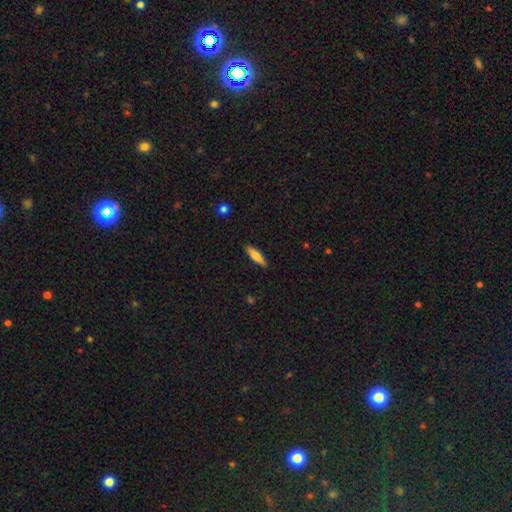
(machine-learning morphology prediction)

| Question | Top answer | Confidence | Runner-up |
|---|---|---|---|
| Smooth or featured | smooth | 67% | featured or disk (27%) |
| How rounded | cigar-shaped | 73% | in between (25%) |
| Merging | none | 88% | minor disturbance (9%) |